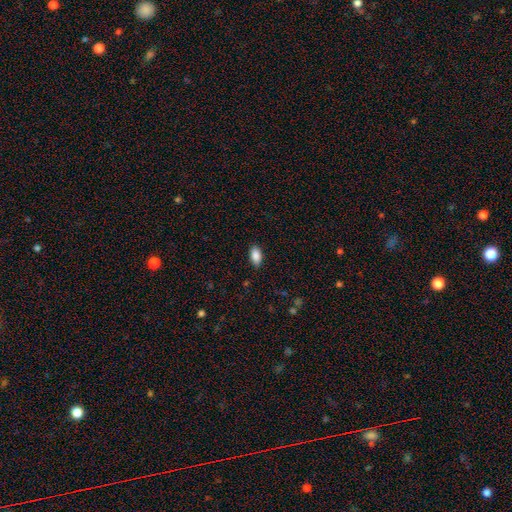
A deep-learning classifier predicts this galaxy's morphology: smooth-or-featured: smooth: 88% | star or artifact: 7% | featured or disk: 5%
  how-rounded: in between: 92% | cigar-shaped: 5% | round: 3%
  merging: none: 87% | minor disturbance: 10% | major disturbance: 2% | merger: 1%